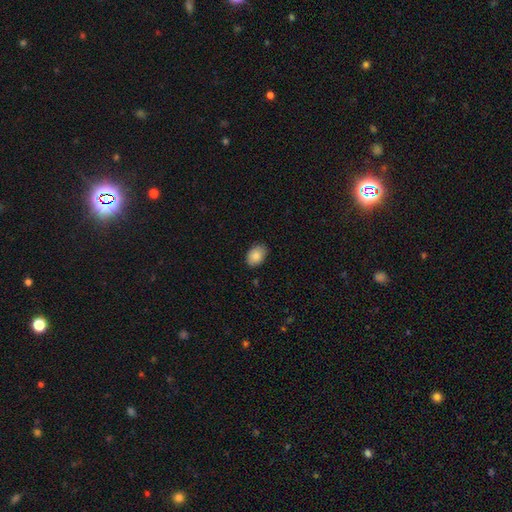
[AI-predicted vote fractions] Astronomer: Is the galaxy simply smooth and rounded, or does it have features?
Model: smooth — 87%.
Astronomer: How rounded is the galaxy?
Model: in between — 83%.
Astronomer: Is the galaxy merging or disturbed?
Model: none — 85%.